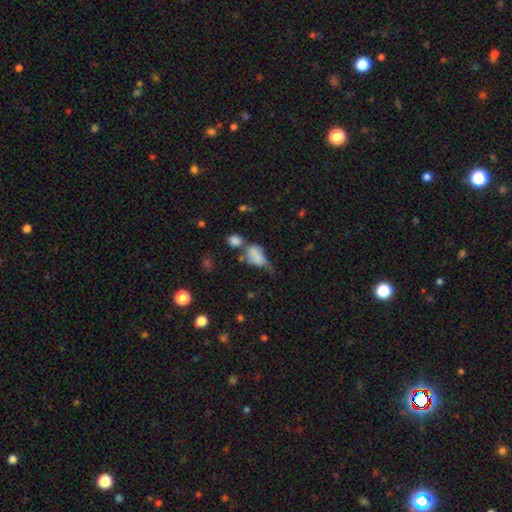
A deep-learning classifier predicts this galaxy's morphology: Smooth or featured? smooth (70%)
How rounded? in between (81%)
Merging? merger (30%)